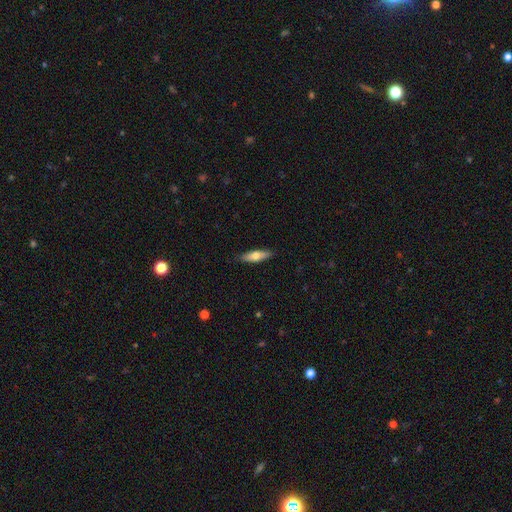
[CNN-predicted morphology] smooth 62%, featured or disk 32%, star or artifact 6%. Down the decision tree: how rounded — cigar-shaped (57%); merging — none (88%).